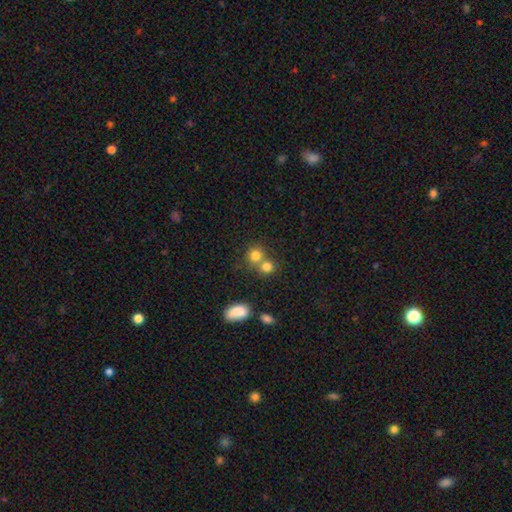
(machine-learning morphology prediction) Smooth or featured? Predicted: smooth (p=0.79). How rounded? Predicted: round (p=0.82). Merging? Predicted: none (p=0.47).